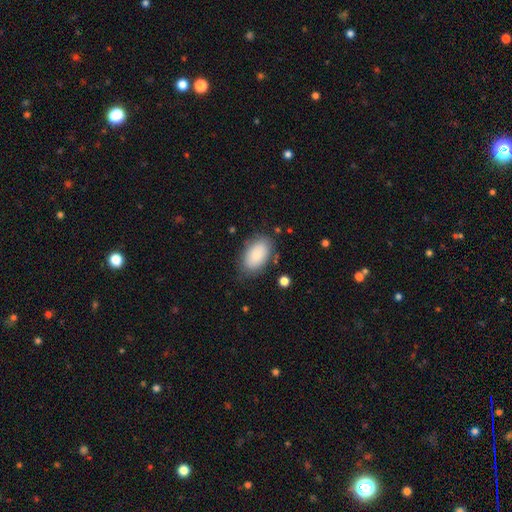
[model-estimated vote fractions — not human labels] Overall: smooth (82%). How rounded: in between (93%). Merging: none (78%).